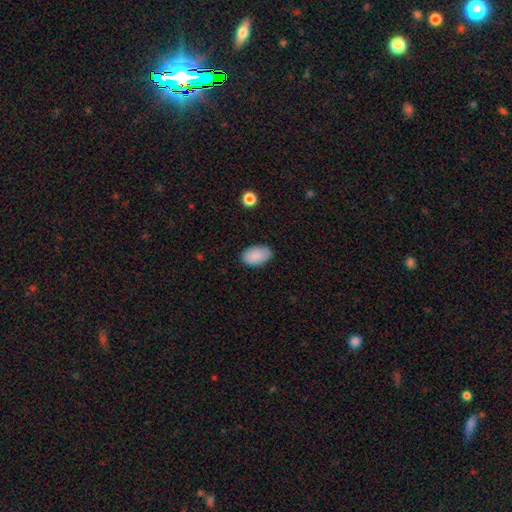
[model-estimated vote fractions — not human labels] Q: Smooth or featured?
A: smooth (87%); runner-up: star or artifact (7%)
Q: How rounded?
A: in between (93%); runner-up: round (6%)
Q: Merging?
A: none (85%); runner-up: minor disturbance (12%)